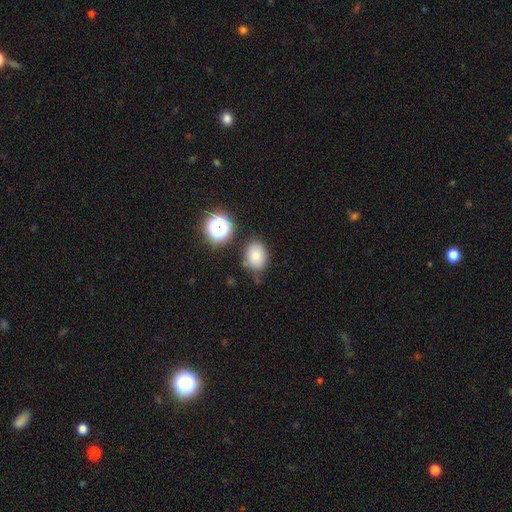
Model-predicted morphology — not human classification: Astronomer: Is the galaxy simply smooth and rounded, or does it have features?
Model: smooth — 80%.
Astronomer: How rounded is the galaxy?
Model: in between — 69%.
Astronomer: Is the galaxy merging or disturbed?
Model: none — 72%.